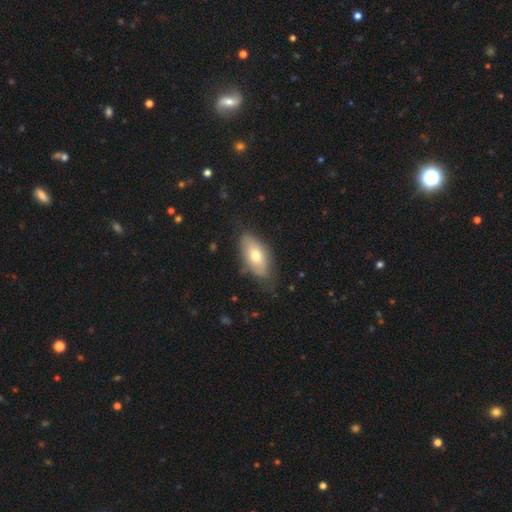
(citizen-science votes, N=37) Overall: smooth (76%). How rounded: in between (89%). Merging: none (78%).